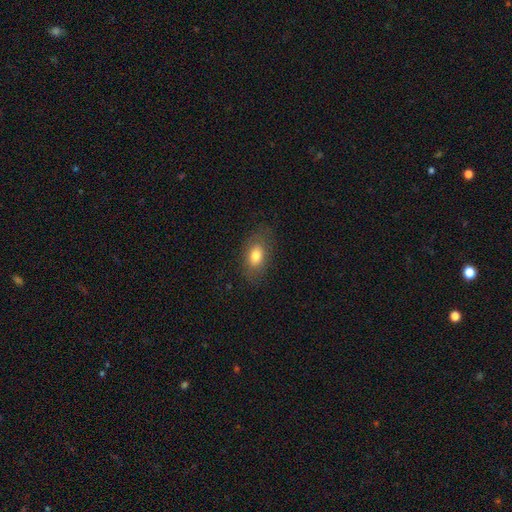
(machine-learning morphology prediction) A smooth galaxy with no disk features (77%) that is in between round and cigar-shaped (86%). Merging: none (80%).